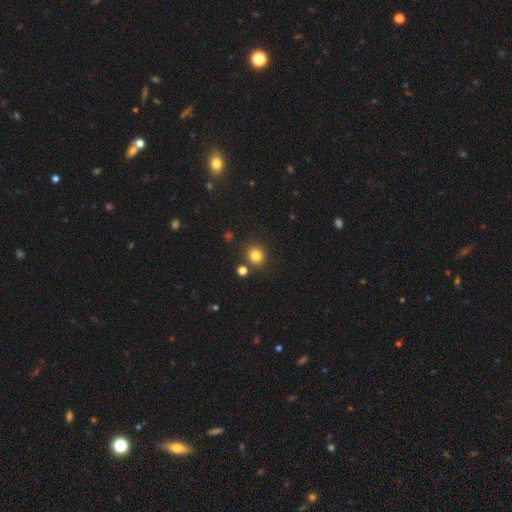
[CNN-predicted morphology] Smooth or featured? smooth (81%)
How rounded? round (88%)
Merging? none (83%)